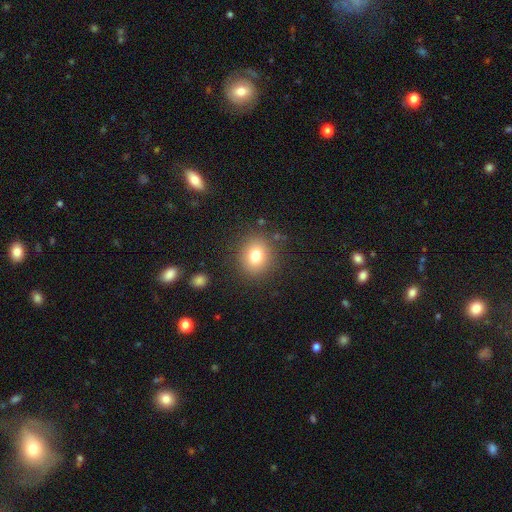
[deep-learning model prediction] A smooth galaxy with no disk features (78%) that is round (74%).

Vote fractions:
- Smooth or featured? smooth: 78% / star or artifact: 12% / featured or disk: 10%
- How rounded? round: 74% / in between: 25% / cigar-shaped: 1%
- Merging? none: 86% / minor disturbance: 9% / major disturbance: 4% / merger: 2%